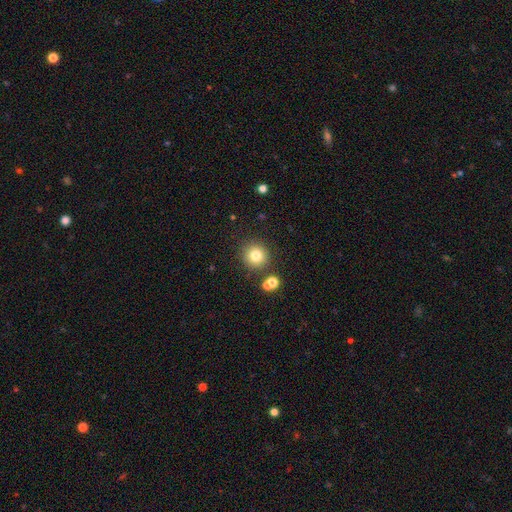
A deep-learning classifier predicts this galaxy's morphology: smooth-or-featured: smooth: 79% | star or artifact: 13% | featured or disk: 8%
  how-rounded: round: 93% | in between: 6% | cigar-shaped: 1%
  merging: none: 85% | minor disturbance: 7% | merger: 6% | major disturbance: 3%